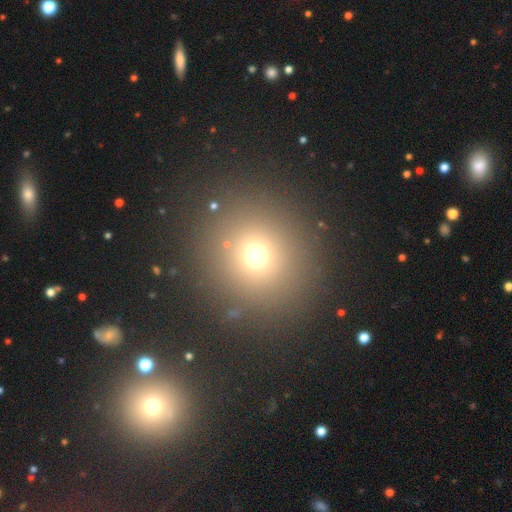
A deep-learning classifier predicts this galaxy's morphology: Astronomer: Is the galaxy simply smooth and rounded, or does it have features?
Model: smooth — 68%.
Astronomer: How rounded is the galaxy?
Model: round — 91%.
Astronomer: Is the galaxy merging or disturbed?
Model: none — 86%.